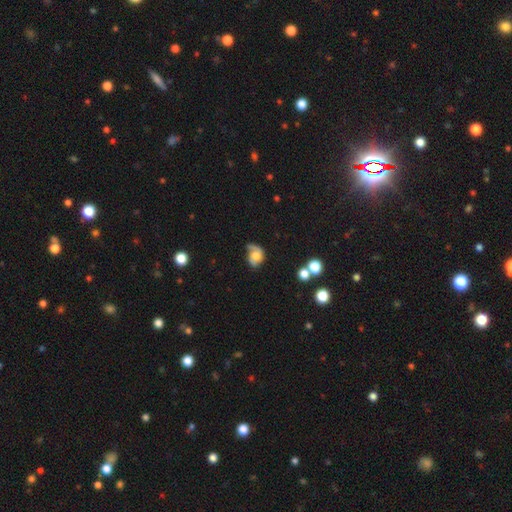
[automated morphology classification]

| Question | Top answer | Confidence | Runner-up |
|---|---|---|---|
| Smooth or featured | featured or disk | 50% | smooth (41%) |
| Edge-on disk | no | 96% | yes (4%) |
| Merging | none | 38% | minor disturbance (34%) |